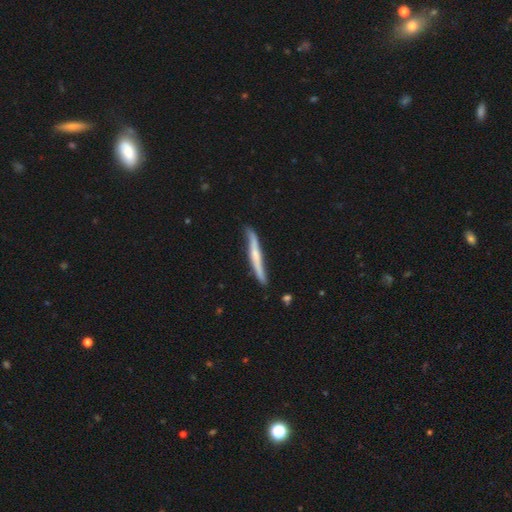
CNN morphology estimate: This appears to be a featured or disk galaxy (59%) viewed edge-on (91%) with a rounded central bulge (48%). Merging: none (77%).